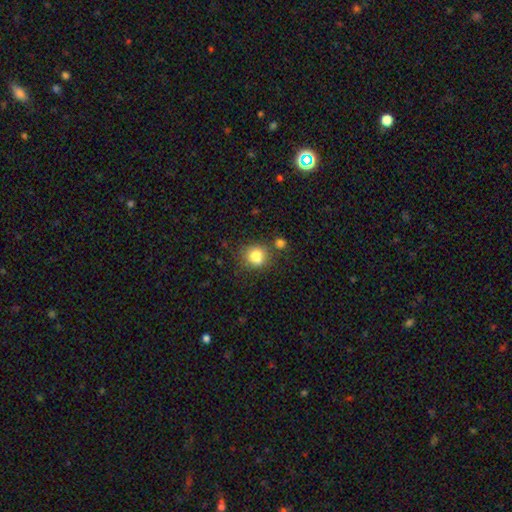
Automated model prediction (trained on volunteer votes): Morphology: type=smooth (81%); roundness=round (81%); merging=none (68%).